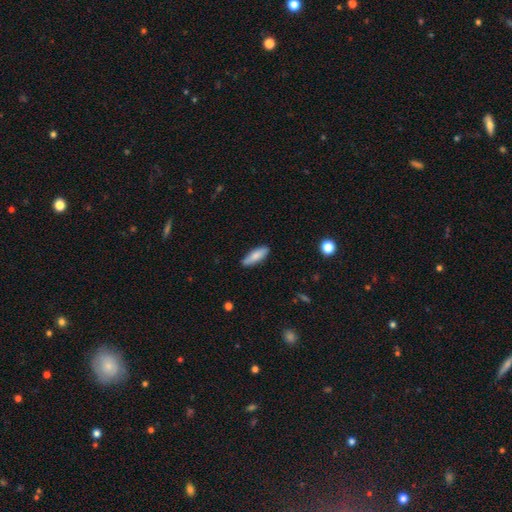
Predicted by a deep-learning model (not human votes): Smooth or featured: smooth — 80% (featured or disk — 14%)
How rounded: in between — 52% (cigar-shaped — 47%)
Merging: none — 84% (minor disturbance — 13%)